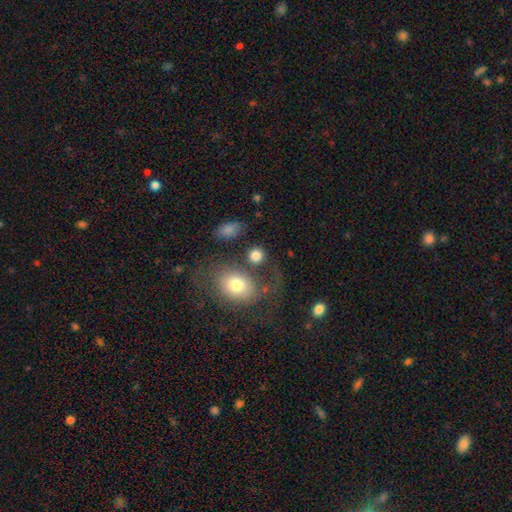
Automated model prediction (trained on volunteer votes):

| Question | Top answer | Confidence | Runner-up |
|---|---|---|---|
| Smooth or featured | smooth | 80% | featured or disk (10%) |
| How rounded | round | 77% | in between (22%) |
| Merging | none | 58% | merger (15%) |